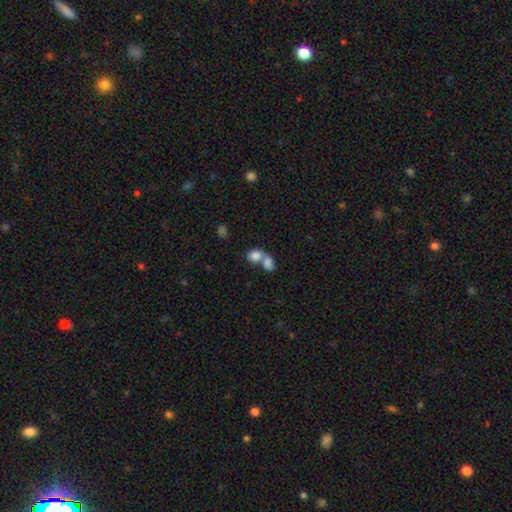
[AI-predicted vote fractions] Smooth or featured?
  - smooth: 82% *
  - featured or disk: 10%
  - star or artifact: 8%
How rounded?
  - in between: 62% *
  - round: 36%
  - cigar-shaped: 1%
Merging?
  - merger: 71% *
  - none: 20%
  - minor disturbance: 6%
  - major disturbance: 4%